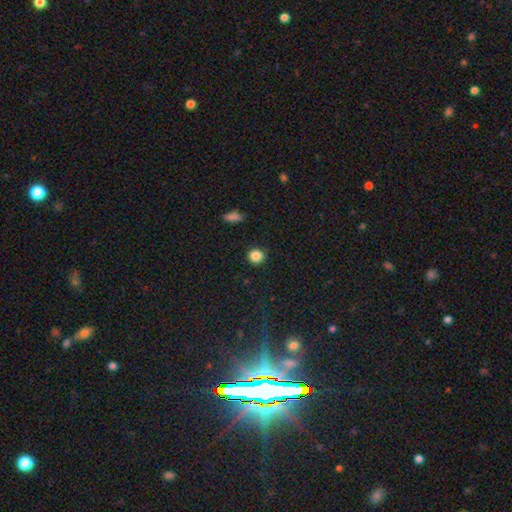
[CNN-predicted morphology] Smooth or featured? Predicted: smooth (p=0.86). How rounded? Predicted: round (p=0.90). Merging? Predicted: none (p=0.91).